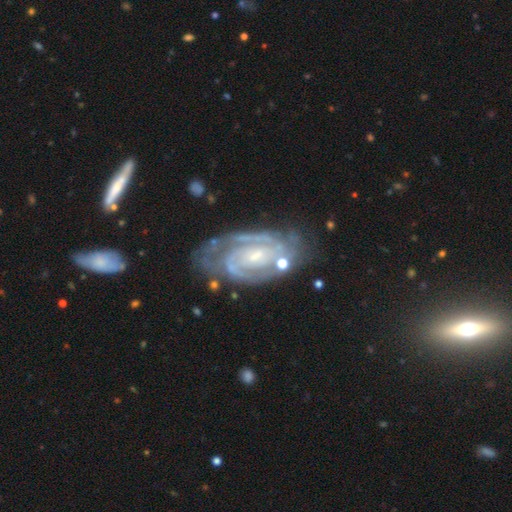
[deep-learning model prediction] Smooth or featured: featured or disk — 90% (star or artifact — 5%)
Edge-on disk: no — 96% (yes — 4%)
Bar: no — 45% (weak — 40%)
Spiral arms: yes — 98% (no — 2%)
Spiral winding: tight — 71% (medium — 26%)
Spiral arm count: 2 — 64% (3 — 14%)
Bulge size: small — 67% (moderate — 23%)
Merging: none — 67% (minor disturbance — 20%)